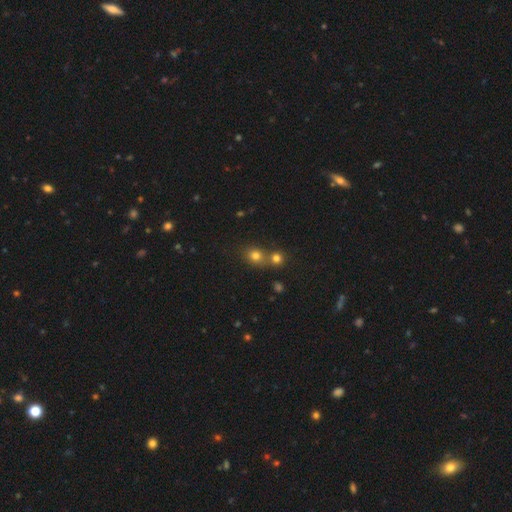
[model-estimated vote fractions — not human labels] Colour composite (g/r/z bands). It shows a smooth galaxy with no disk features (75%) that is round (75%). Merging: none (50%).